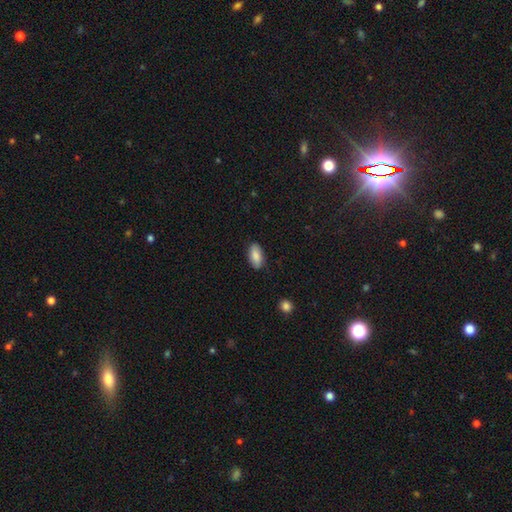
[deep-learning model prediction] A smooth galaxy with no disk features (85%) that is in between round and cigar-shaped (90%). Merging: none (84%).